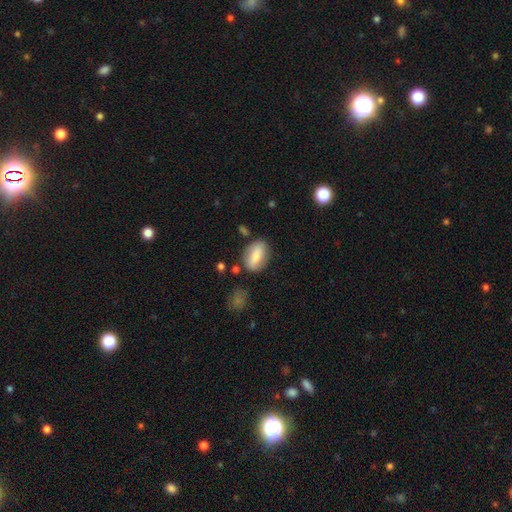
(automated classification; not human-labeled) Smooth or featured? smooth (75%)
How rounded? in between (85%)
Merging? none (75%)